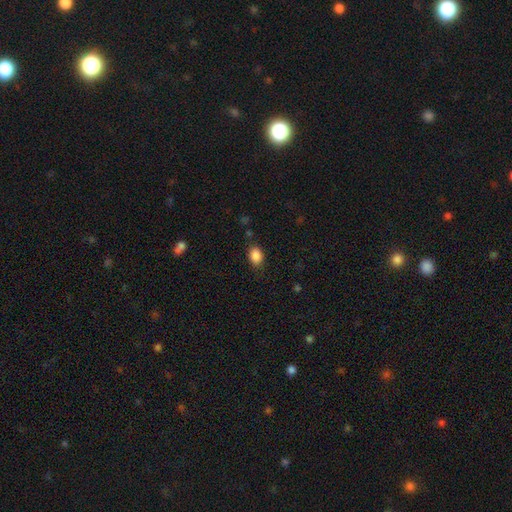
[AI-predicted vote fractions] This is clearly a smooth galaxy (88%). How rounded: likely in between (75%). Merging: clearly none (83%).